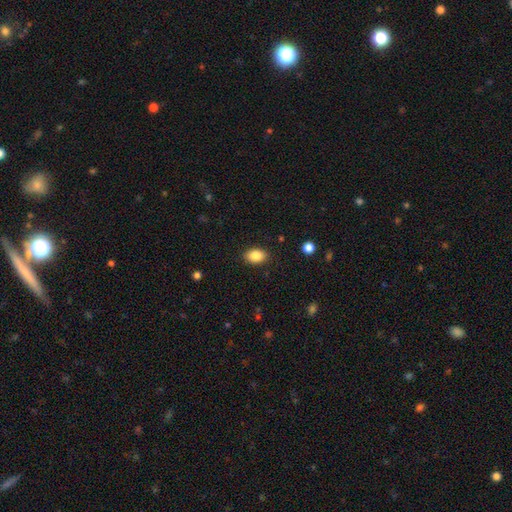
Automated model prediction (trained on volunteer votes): smooth 87%, star or artifact 8%, featured or disk 5%. Down the decision tree: how rounded — in between (83%); merging — none (88%).